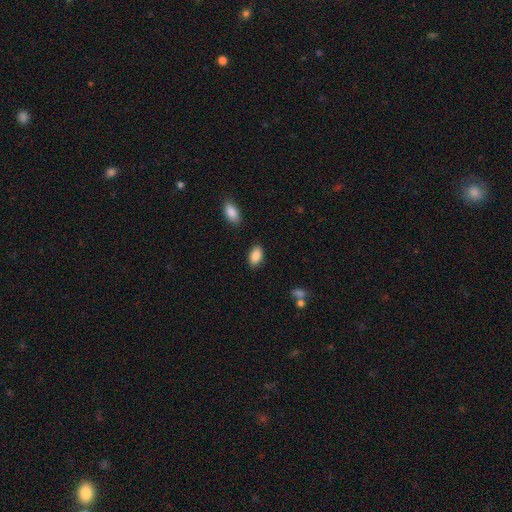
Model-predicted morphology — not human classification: This is clearly a smooth galaxy (89%). How rounded: clearly in between (93%). Merging: clearly none (85%).